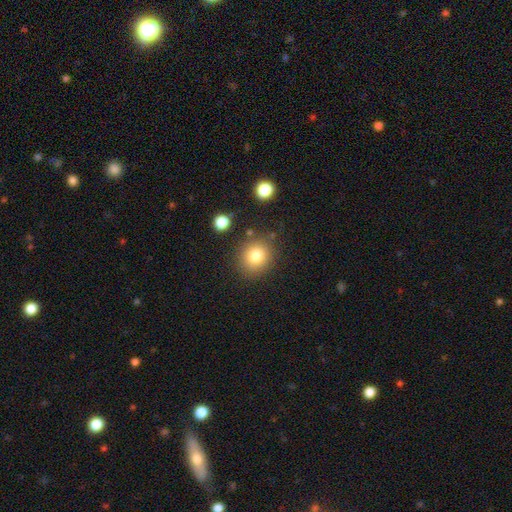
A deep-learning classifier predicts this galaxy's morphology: Smooth or featured? smooth (80%)
How rounded? round (80%)
Merging? none (81%)